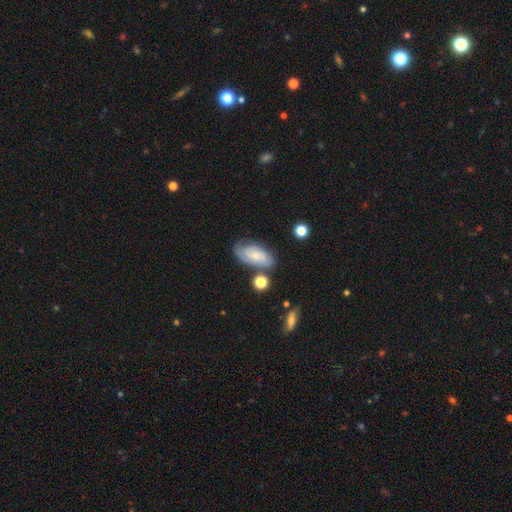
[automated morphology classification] Overall: featured or disk (56%; smooth 36%). Edge-on disk: no (92%). Bar: no (66%; weak 28%). Spiral arms: yes (87%). Bulge size: small (61%; moderate 27%). Merging: none (65%).